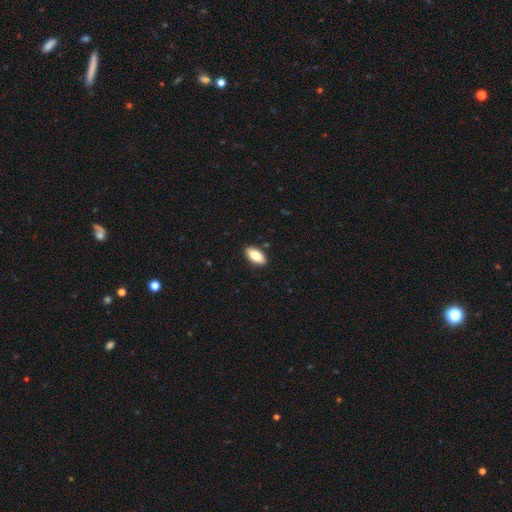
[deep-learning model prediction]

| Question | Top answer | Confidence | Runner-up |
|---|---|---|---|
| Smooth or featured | smooth | 81% | featured or disk (12%) |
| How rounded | in between | 92% | cigar-shaped (6%) |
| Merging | none | 89% | minor disturbance (8%) |